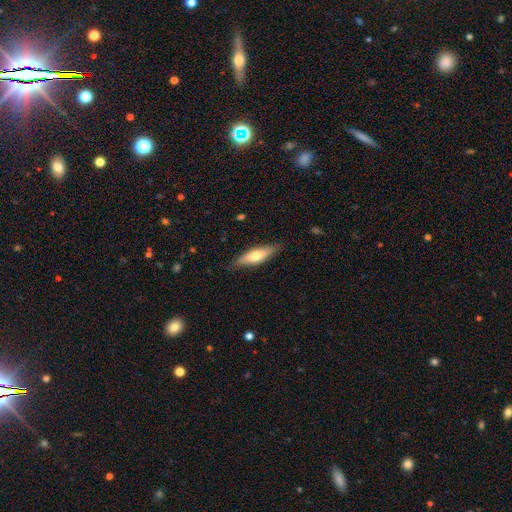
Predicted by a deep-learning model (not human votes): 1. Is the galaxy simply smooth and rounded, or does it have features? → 62% smooth, 32% featured or disk, 6% star or artifact.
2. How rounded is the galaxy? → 52% cigar-shaped, 46% in between, 2% round.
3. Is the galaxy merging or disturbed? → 82% none, 14% minor disturbance, 3% major disturbance, 1% merger.